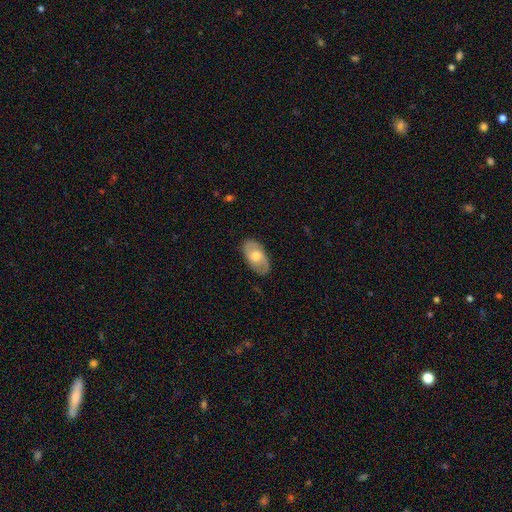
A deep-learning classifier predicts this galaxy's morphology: Smooth or featured: featured or disk — 52% (smooth — 42%)
Edge-on disk: no — 92% (yes — 8%)
Merging: none — 82% (minor disturbance — 14%)